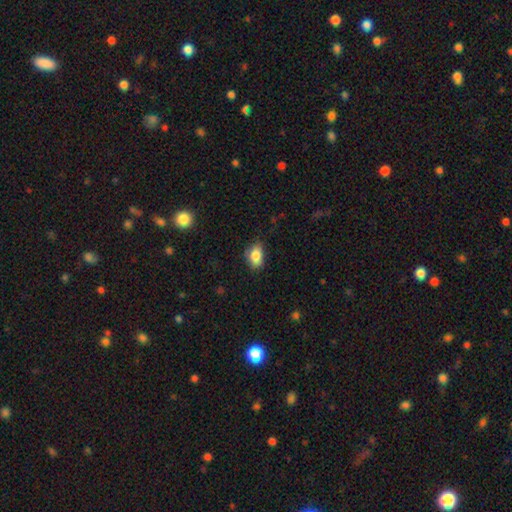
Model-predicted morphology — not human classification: Smooth or featured? Predicted: smooth (p=0.85). How rounded? Predicted: in between (p=0.86). Merging? Predicted: none (p=0.68).